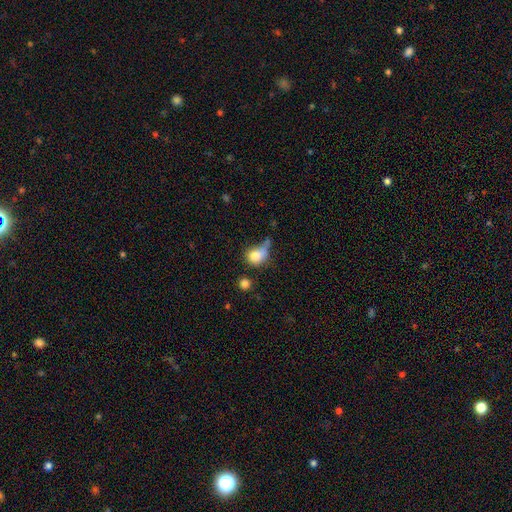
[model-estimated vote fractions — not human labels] smooth 77%, featured or disk 13%, star or artifact 10%. Down the decision tree: how rounded — round (57%); merging — none (29%).